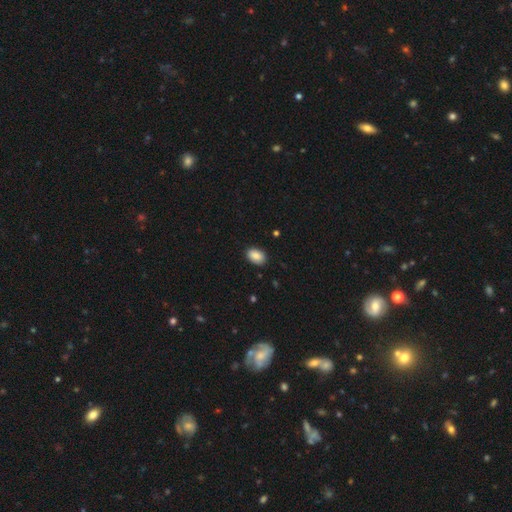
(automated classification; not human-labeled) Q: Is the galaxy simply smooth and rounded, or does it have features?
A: smooth — 88%.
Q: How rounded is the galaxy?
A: in between — 88%.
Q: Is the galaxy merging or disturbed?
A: none — 88%.